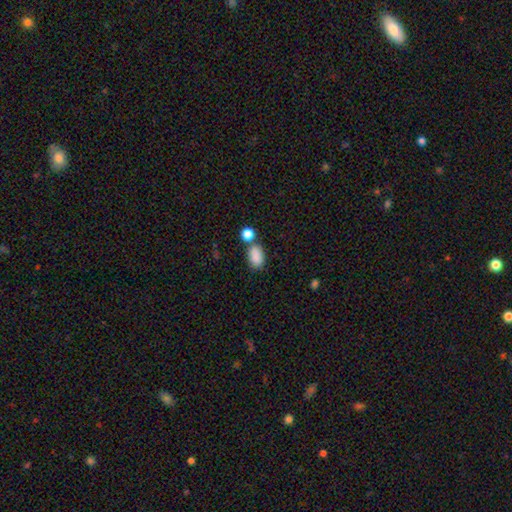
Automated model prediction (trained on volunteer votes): smooth 87%, star or artifact 8%, featured or disk 5%. Down the decision tree: how rounded — in between (89%); merging — none (57%).